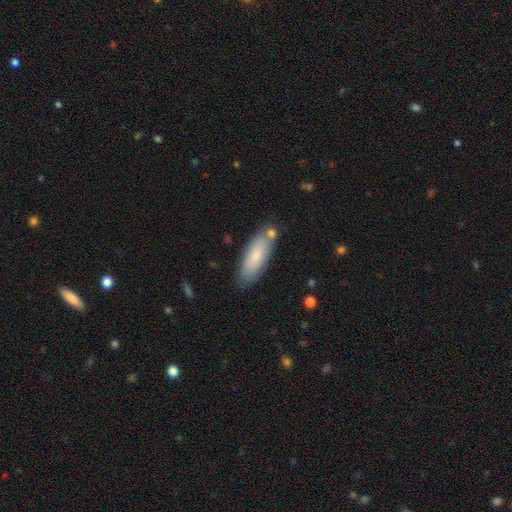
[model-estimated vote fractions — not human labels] Smooth or featured?
  - smooth: 75% *
  - featured or disk: 18%
  - star or artifact: 7%
How rounded?
  - in between: 58% *
  - cigar-shaped: 41%
  - round: 2%
Merging?
  - none: 77% *
  - minor disturbance: 14%
  - merger: 7%
  - major disturbance: 3%